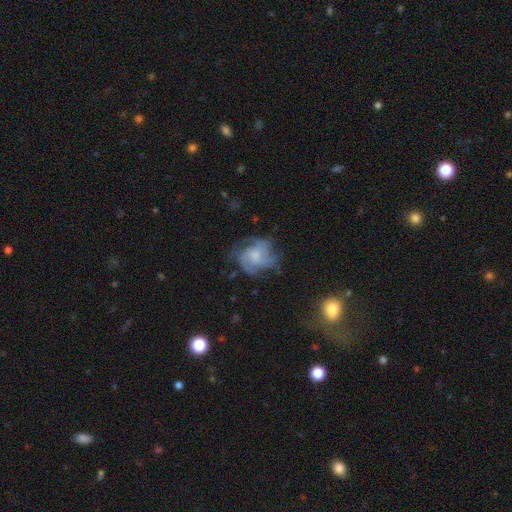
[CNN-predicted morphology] smooth_or_featured: featured or disk (p=0.62) [alt: smooth p=0.29]
disk_edge_on: no (p=0.97) [alt: yes p=0.03]
bar: no (p=0.75) [alt: weak p=0.22]
has_spiral_arms: yes (p=0.81) [alt: no p=0.19]
bulge_size: moderate (p=0.39) [alt: small p=0.31]
merging: none (p=0.54) [alt: minor disturbance p=0.23]